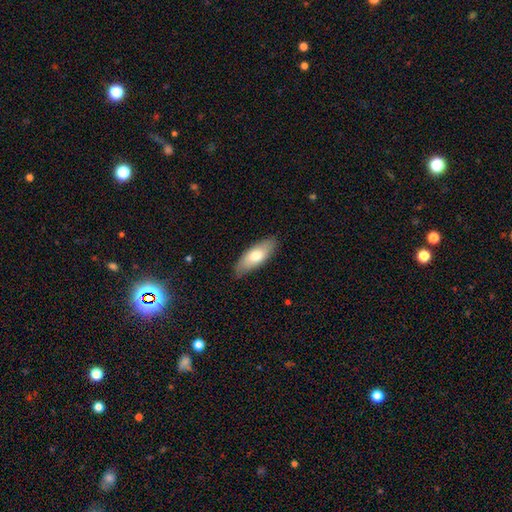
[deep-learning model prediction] Smooth or featured? Predicted: smooth (p=0.71). How rounded? Predicted: in between (p=0.76). Merging? Predicted: none (p=0.83).